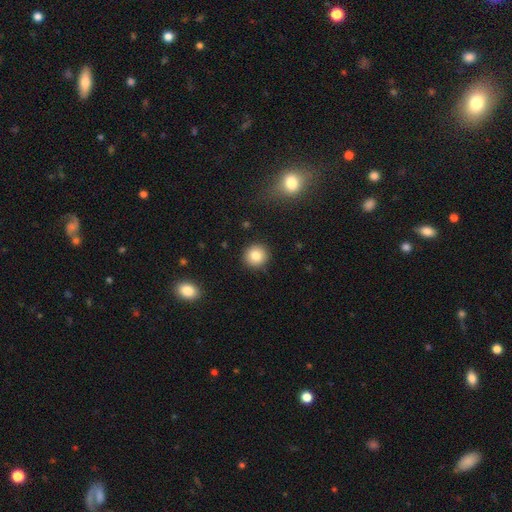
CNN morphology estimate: smooth_or_featured: smooth (p=0.82) [alt: star or artifact p=0.10]
how_rounded: round (p=0.93) [alt: in between p=0.06]
merging: none (p=0.91) [alt: minor disturbance p=0.06]